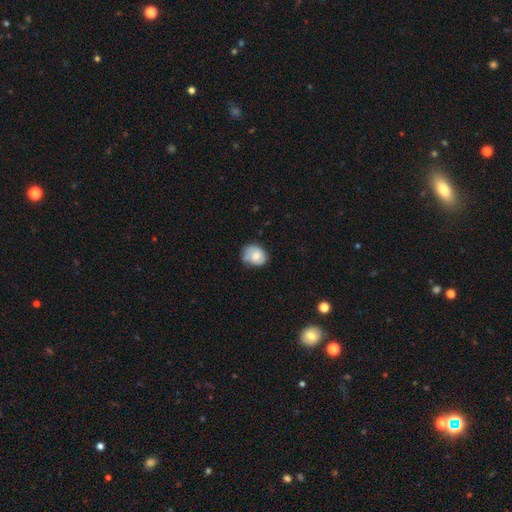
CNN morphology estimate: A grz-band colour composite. It shows a smooth galaxy with no disk features (64%) that is round (51%). Merging: none (51%).